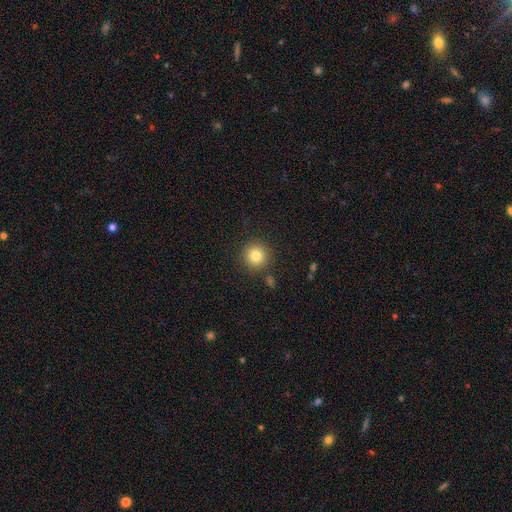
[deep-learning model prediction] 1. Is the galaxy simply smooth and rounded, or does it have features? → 81% smooth, 11% star or artifact, 8% featured or disk.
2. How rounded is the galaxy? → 95% round, 4% in between, 1% cigar-shaped.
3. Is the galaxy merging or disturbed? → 88% none, 7% minor disturbance, 3% merger, 2% major disturbance.